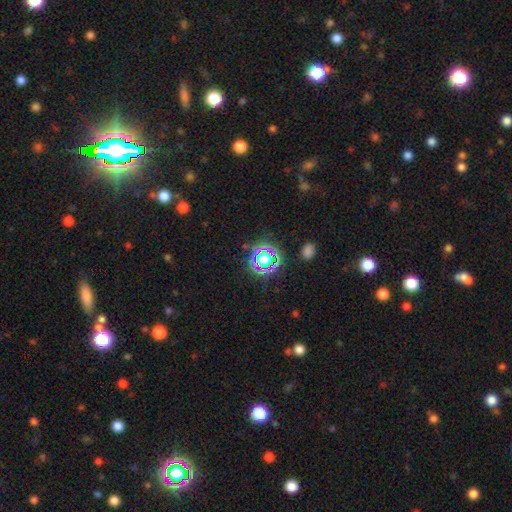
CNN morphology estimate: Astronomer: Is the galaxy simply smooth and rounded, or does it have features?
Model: star or artifact — 71%.